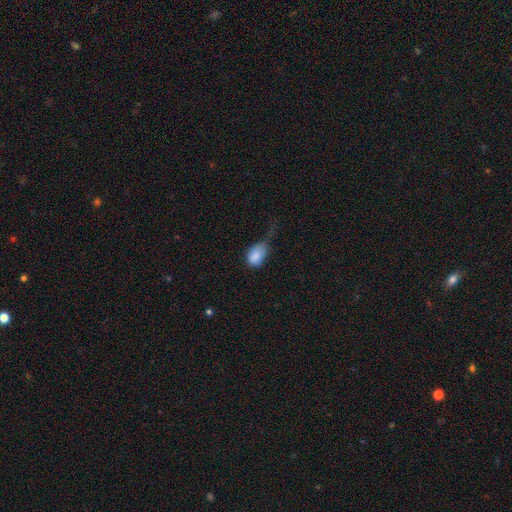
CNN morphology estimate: Smooth or featured: smooth — 83% (featured or disk — 9%)
How rounded: in between — 78% (round — 20%)
Merging: major disturbance — 39% (minor disturbance — 35%)